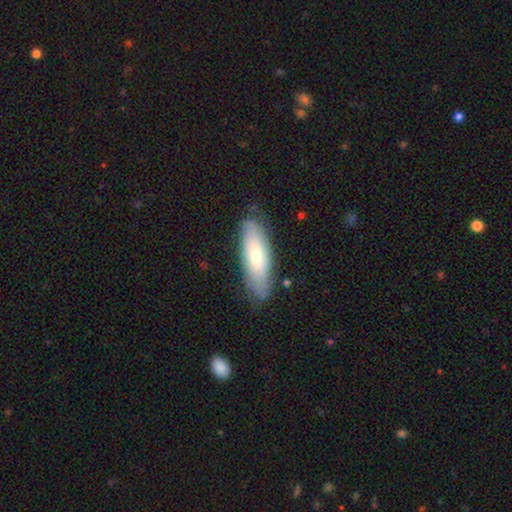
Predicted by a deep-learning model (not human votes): The model was most divided on "how rounded": in between: 59%, cigar-shaped: 39%, round: 2%. More confident: merging — none (76%); smooth or featured — smooth (62%).